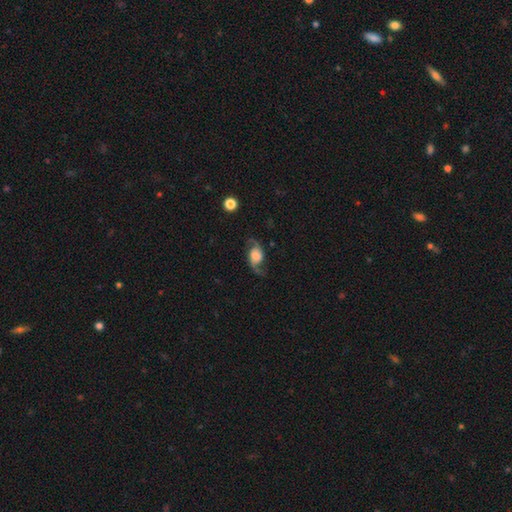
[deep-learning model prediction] featured or disk 79%, smooth 14%, star or artifact 7%. Down the decision tree: edge-on disk — no (96%); bar — no (62%); spiral arms — yes (95%); spiral arm count — 2 (93%); spiral winding — loose (71%); bulge size — large (39%); merging — none (72%).